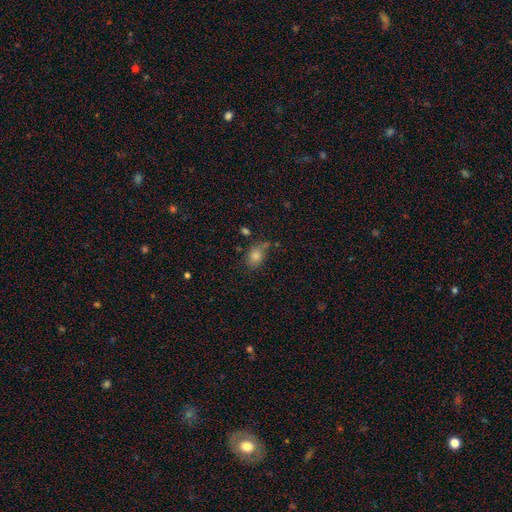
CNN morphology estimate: Q: Smooth or featured?
A: smooth (81%); runner-up: star or artifact (11%)
Q: How rounded?
A: in between (77%); runner-up: round (21%)
Q: Merging?
A: none (55%); runner-up: minor disturbance (25%)